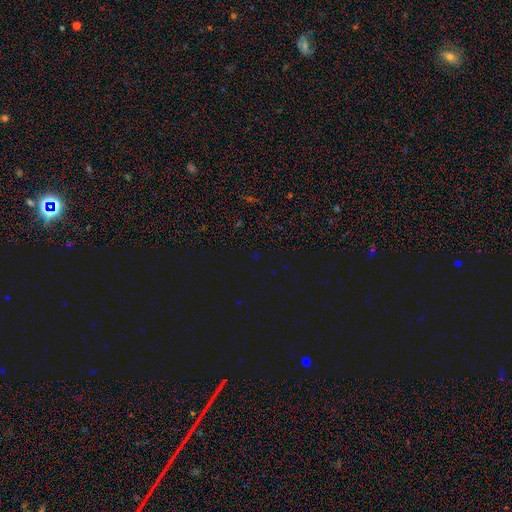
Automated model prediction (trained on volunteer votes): Smooth or featured?
  - star or artifact: 74% *
  - smooth: 19%
  - featured or disk: 7%